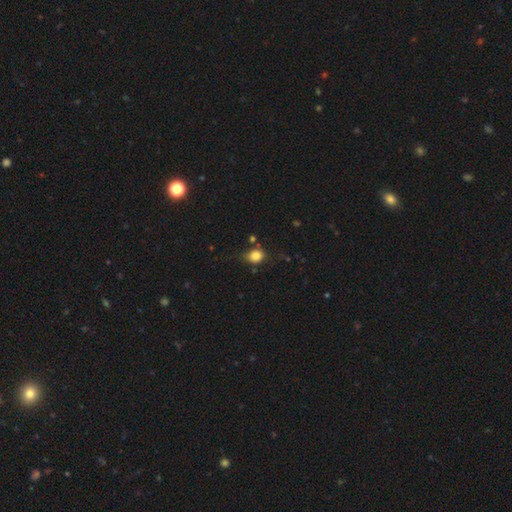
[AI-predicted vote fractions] The model was most divided on "how rounded": round: 59%, in between: 39%, cigar-shaped: 1%. More confident: smooth or featured — smooth (83%); merging — none (64%).